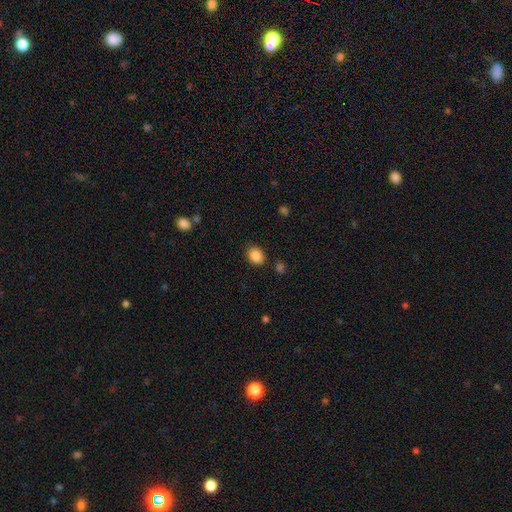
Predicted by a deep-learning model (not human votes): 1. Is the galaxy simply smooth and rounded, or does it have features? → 87% smooth, 9% star or artifact, 3% featured or disk.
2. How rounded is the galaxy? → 52% in between, 47% round, 1% cigar-shaped.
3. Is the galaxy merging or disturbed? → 84% none, 10% minor disturbance, 3% major disturbance, 3% merger.